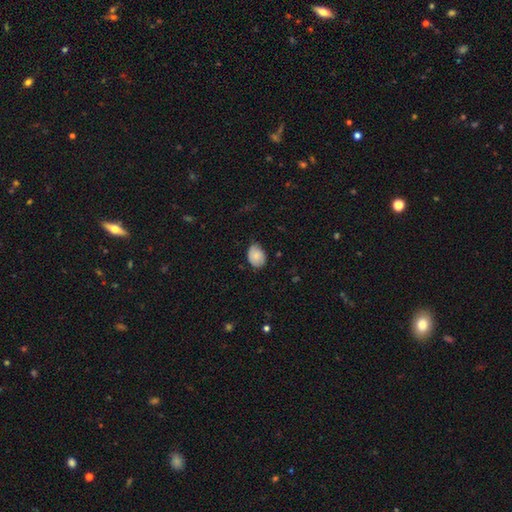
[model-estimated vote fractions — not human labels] This appears to be a smooth galaxy with no disk features (72%) that is in between round and cigar-shaped (70%). Merging: none (59%).